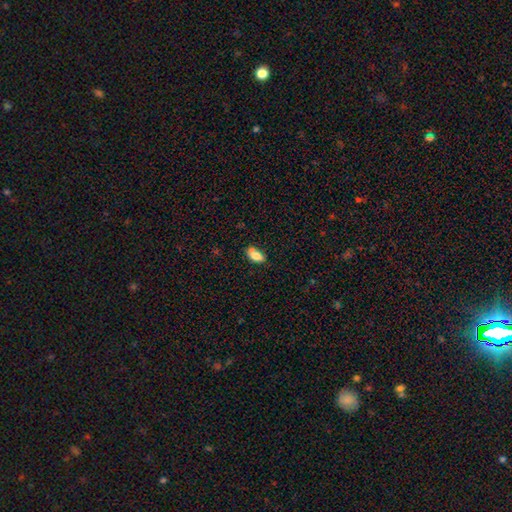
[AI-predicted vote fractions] Smooth or featured?
  - smooth: 81% *
  - featured or disk: 11%
  - star or artifact: 8%
How rounded?
  - in between: 89% *
  - cigar-shaped: 7%
  - round: 4%
Merging?
  - none: 58% *
  - minor disturbance: 28%
  - merger: 8%
  - major disturbance: 6%